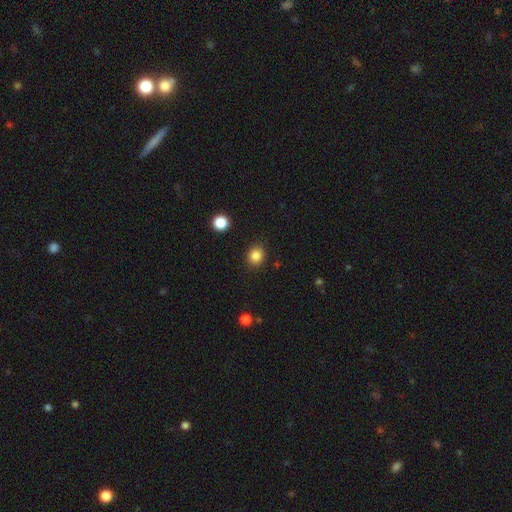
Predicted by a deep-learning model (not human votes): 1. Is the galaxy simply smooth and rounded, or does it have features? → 85% smooth, 11% star or artifact, 4% featured or disk.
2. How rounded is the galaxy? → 80% round, 19% in between, 1% cigar-shaped.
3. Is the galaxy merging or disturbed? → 89% none, 7% minor disturbance, 2% major disturbance, 1% merger.